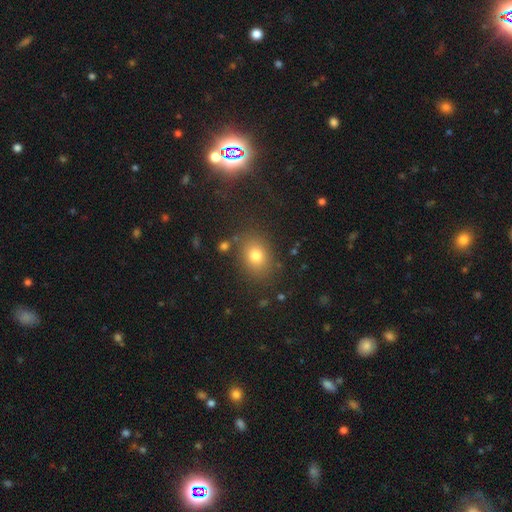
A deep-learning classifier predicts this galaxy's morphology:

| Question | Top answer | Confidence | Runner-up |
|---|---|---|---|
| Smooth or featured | smooth | 76% | star or artifact (14%) |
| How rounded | in between | 54% | round (45%) |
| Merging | none | 82% | minor disturbance (10%) |